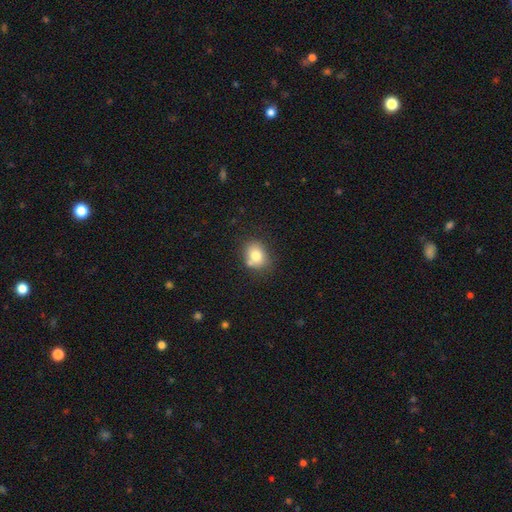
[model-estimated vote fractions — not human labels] smooth_or_featured: smooth (p=0.77) [alt: featured or disk p=0.12]
how_rounded: round (p=0.52) [alt: in between p=0.47]
merging: none (p=0.64) [alt: minor disturbance p=0.17]